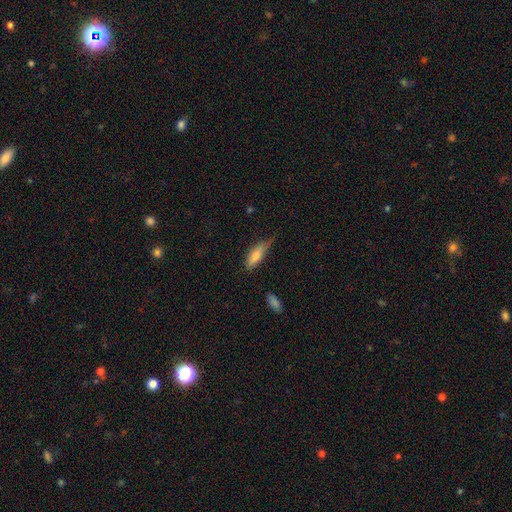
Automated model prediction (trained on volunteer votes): Q: Smooth or featured?
A: smooth (72%); runner-up: featured or disk (21%)
Q: How rounded?
A: in between (60%); runner-up: cigar-shaped (38%)
Q: Merging?
A: none (50%); runner-up: minor disturbance (38%)